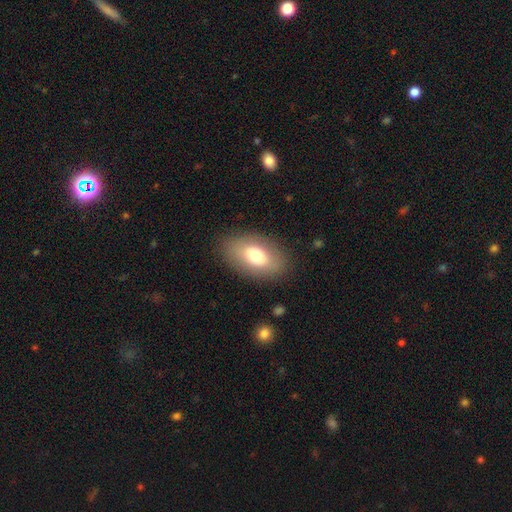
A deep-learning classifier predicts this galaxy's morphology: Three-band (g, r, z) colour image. It shows a smooth galaxy with no disk features (70%) that is in between round and cigar-shaped (91%). Merging: none (85%).